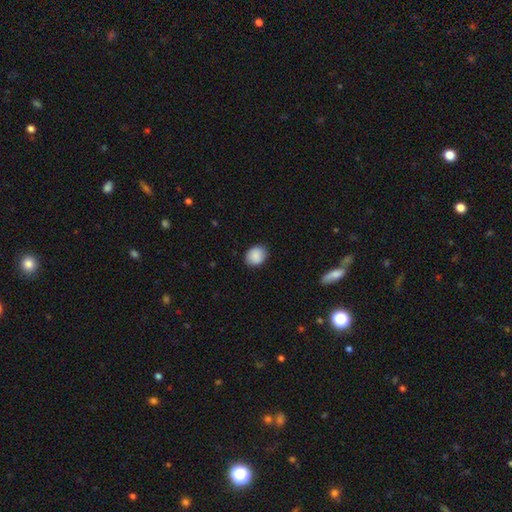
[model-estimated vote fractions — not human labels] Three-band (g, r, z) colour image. It shows a smooth galaxy with no disk features (88%) that is round (54%). Merging: none (85%).